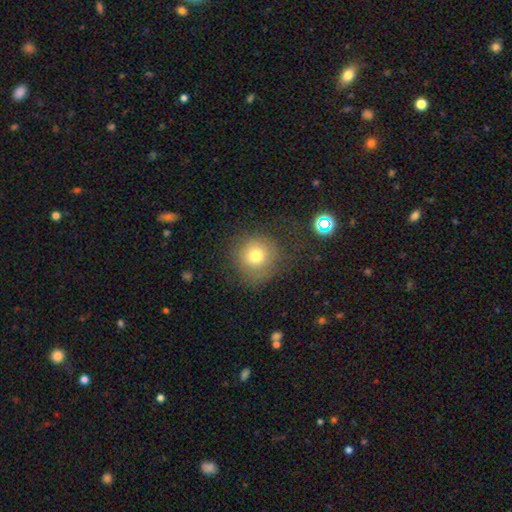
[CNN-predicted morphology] smooth-or-featured: smooth: 74% | featured or disk: 13% | star or artifact: 13%
  how-rounded: round: 90% | in between: 9% | cigar-shaped: 1%
  merging: none: 68% | minor disturbance: 17% | major disturbance: 13% | merger: 2%